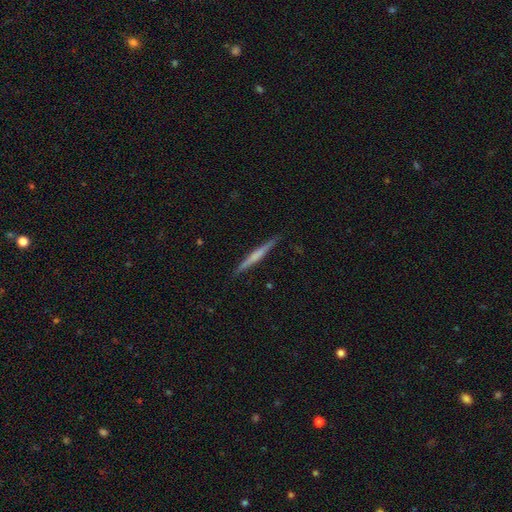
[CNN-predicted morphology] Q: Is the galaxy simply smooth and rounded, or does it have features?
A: featured or disk — 56%.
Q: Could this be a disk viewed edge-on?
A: yes — 98%.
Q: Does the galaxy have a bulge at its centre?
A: none — 60%.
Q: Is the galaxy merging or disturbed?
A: none — 90%.